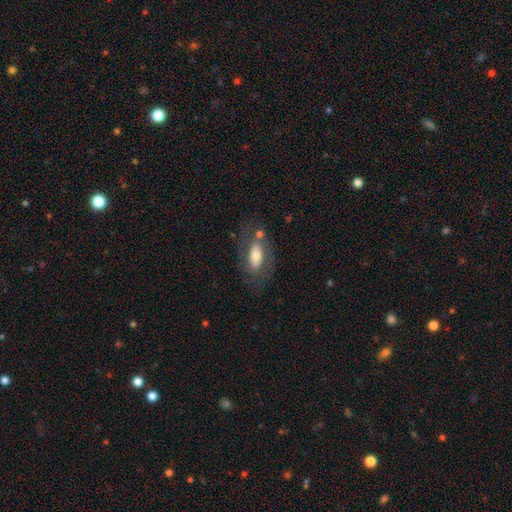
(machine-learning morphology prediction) Smooth or featured? Predicted: smooth (p=0.55). How rounded? Predicted: in between (p=0.84). Merging? Predicted: none (p=0.64).